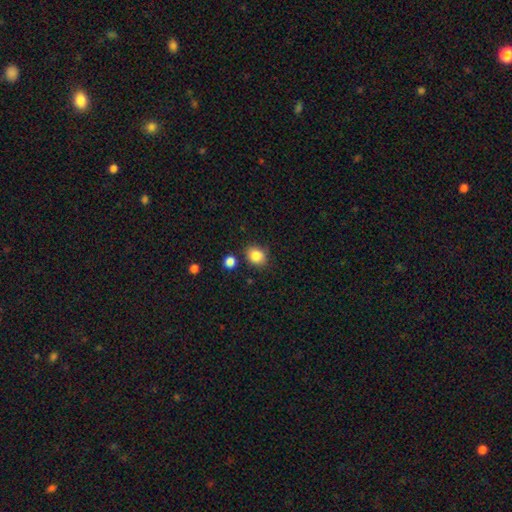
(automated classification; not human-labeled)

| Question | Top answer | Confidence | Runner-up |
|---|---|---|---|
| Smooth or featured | smooth | 85% | star or artifact (10%) |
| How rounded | round | 64% | in between (35%) |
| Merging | none | 79% | minor disturbance (13%) |